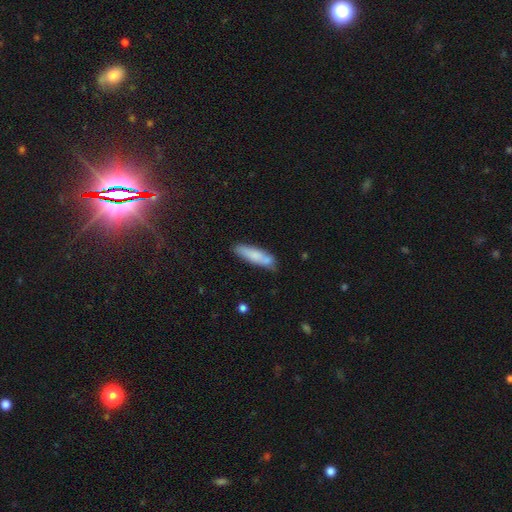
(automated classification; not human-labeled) Morphology: type=smooth (77%); roundness=cigar-shaped (73%); merging=none (69%).